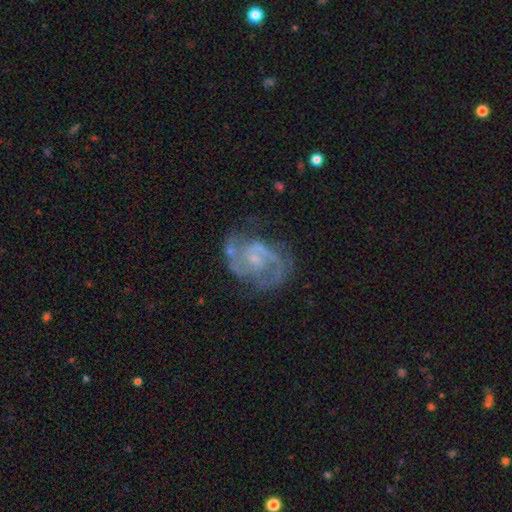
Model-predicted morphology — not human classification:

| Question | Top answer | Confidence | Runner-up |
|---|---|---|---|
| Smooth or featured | featured or disk | 87% | star or artifact (6%) |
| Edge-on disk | no | 98% | yes (2%) |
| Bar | weak | 48% | no (42%) |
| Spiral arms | yes | 95% | no (5%) |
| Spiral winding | medium | 55% | tight (28%) |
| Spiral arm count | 2 | 83% | can't tell (7%) |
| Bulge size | small | 62% | moderate (18%) |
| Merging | none | 63% | minor disturbance (20%) |